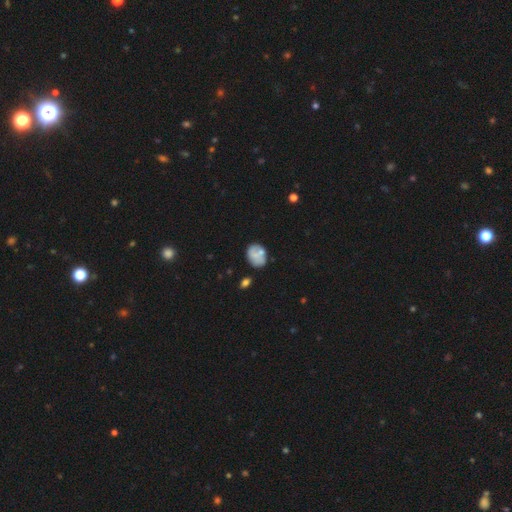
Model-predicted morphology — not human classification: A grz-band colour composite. It shows a smooth galaxy with no disk features (59%) that is in between round and cigar-shaped (62%). Merging: none (54%).